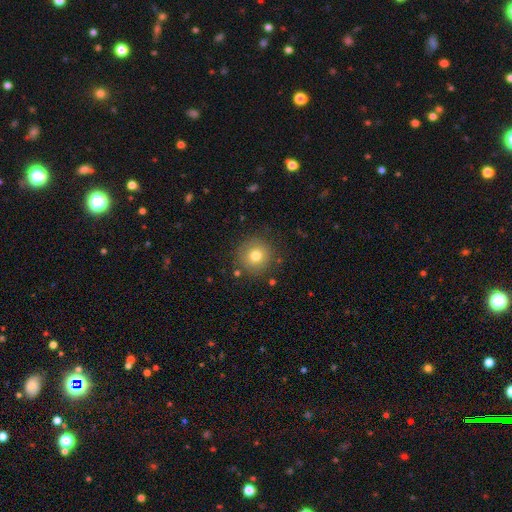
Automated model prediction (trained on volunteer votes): A smooth galaxy with no disk features (76%) that is round (94%).

Vote fractions:
- Smooth or featured? smooth: 76% / star or artifact: 12% / featured or disk: 12%
- How rounded? round: 94% / in between: 5% / cigar-shaped: 1%
- Merging? none: 86% / minor disturbance: 9% / major disturbance: 3% / merger: 2%